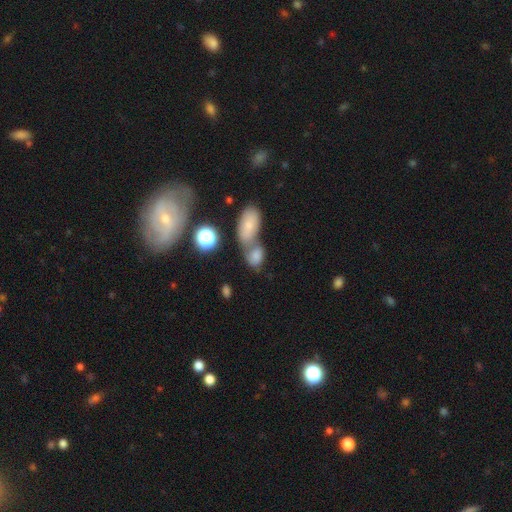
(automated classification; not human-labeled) This appears to be a smooth galaxy with no disk features (72%) that is in between round and cigar-shaped (76%). Merging: merger (59%).